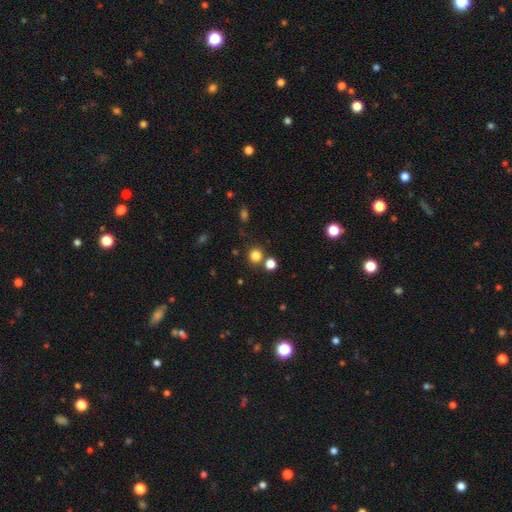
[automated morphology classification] A smooth galaxy with no disk features (80%) that is round (91%). Merging: none (77%).